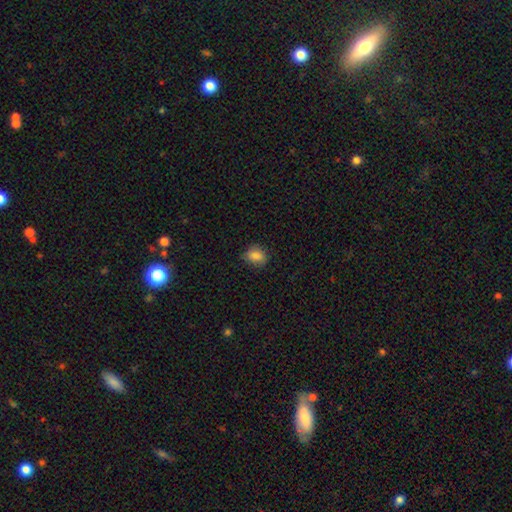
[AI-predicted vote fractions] Smooth or featured? smooth (84%)
How rounded? in between (51%)
Merging? none (76%)